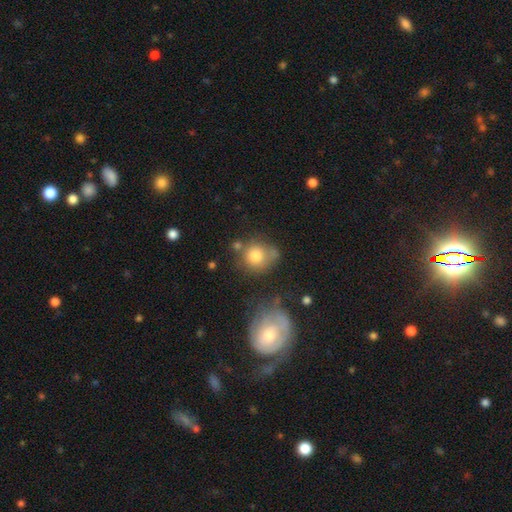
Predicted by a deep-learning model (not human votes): Smooth or featured? smooth (79%)
How rounded? round (82%)
Merging? none (50%)